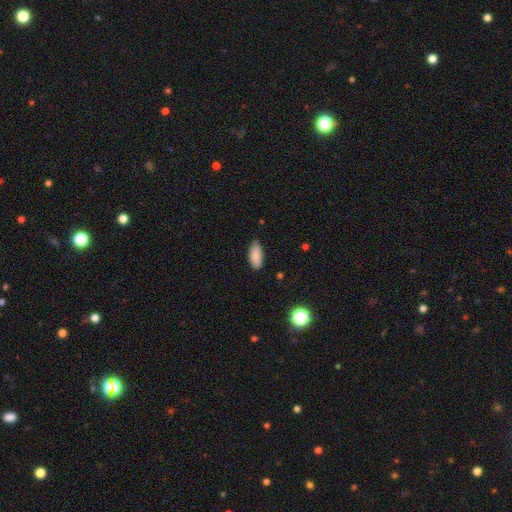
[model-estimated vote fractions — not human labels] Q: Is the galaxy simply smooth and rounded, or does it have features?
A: smooth — 87%.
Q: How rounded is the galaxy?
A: in between — 87%.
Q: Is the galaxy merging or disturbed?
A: none — 83%.